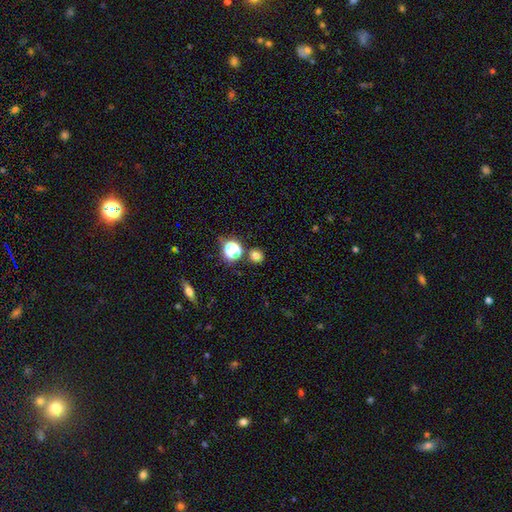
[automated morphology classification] This is likely a smooth galaxy (74%). How rounded: clearly round (89%). Merging: clearly none (84%).